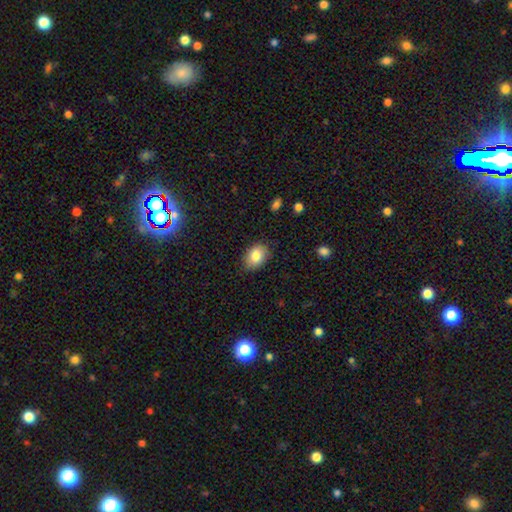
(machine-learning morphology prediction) The model was most divided on "how rounded": in between: 80%, round: 19%, cigar-shaped: 1%. More confident: smooth or featured — smooth (83%); merging — none (79%).